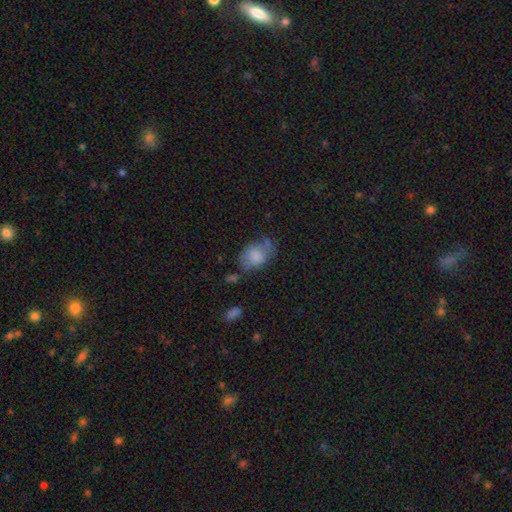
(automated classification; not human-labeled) Morphology: type=smooth (73%); roundness=in between (75%); merging=none (38%).